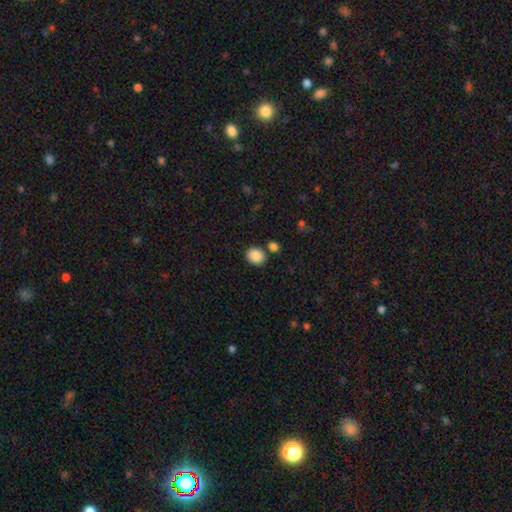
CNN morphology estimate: smooth_or_featured: smooth (p=0.88) [alt: star or artifact p=0.08]
how_rounded: round (p=0.59) [alt: in between p=0.40]
merging: none (p=0.79) [alt: merger p=0.09]